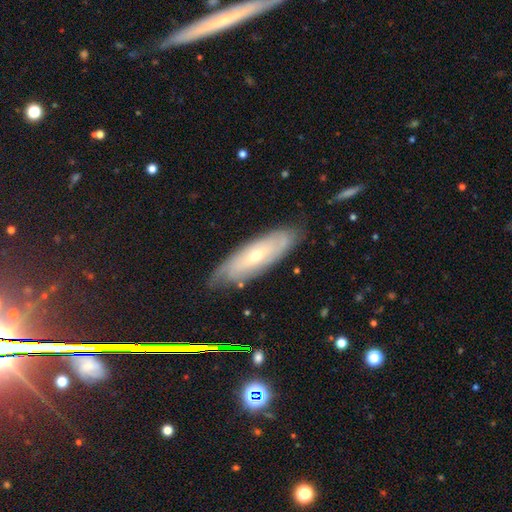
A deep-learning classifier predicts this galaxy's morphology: This is likely a featured or disk galaxy (67%). It is likely not viewed edge-on (77%). Bar: likely no (64%). Spiral arm pattern: clearly yes (80%). Central bulge: likely small (61%). Merging: likely none (78%).